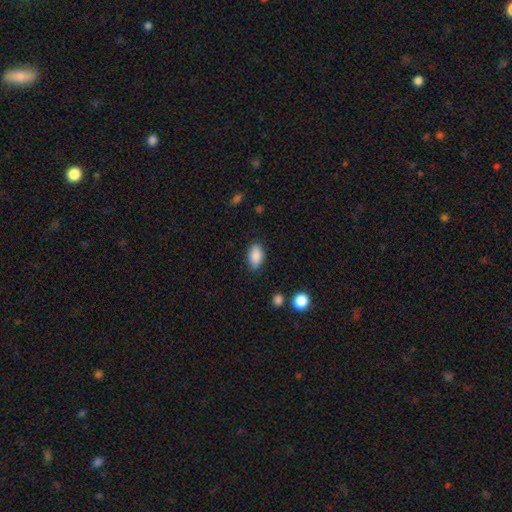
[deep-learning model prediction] A smooth galaxy with no disk features (88%) that is in between round and cigar-shaped (91%). Merging: none (81%).